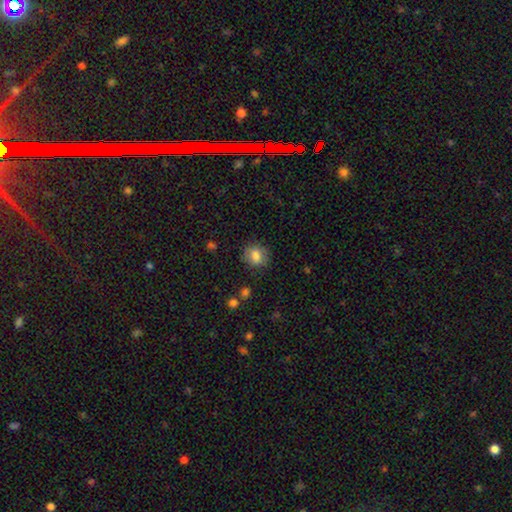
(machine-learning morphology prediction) Smooth or featured?
  - smooth: 79% *
  - featured or disk: 12%
  - star or artifact: 9%
How rounded?
  - round: 70% *
  - in between: 29%
  - cigar-shaped: 1%
Merging?
  - none: 81% *
  - minor disturbance: 13%
  - major disturbance: 4%
  - merger: 1%